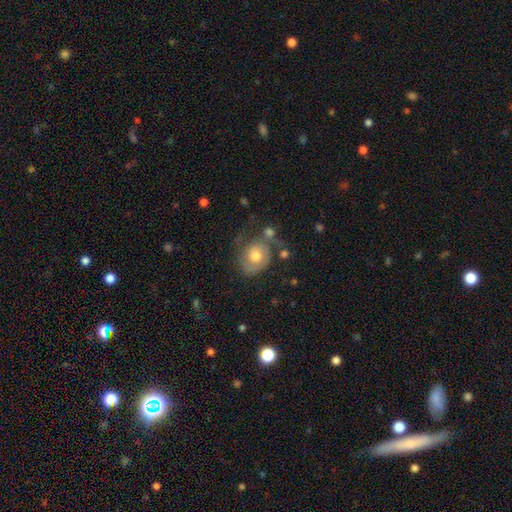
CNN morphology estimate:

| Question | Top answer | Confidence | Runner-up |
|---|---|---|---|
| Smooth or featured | featured or disk | 49% | smooth (42%) |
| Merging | none | 45% | minor disturbance (23%) |